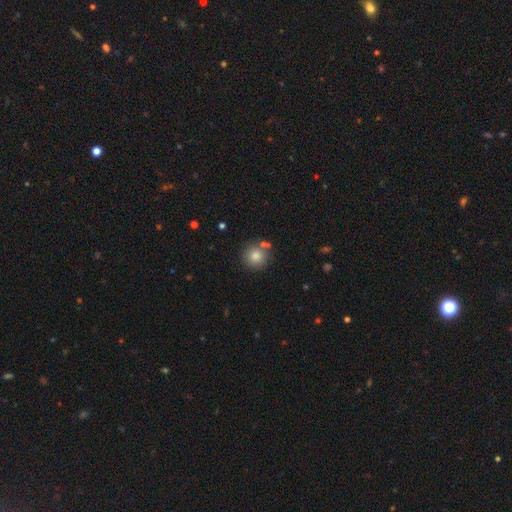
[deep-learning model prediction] smooth_or_featured: smooth (p=0.82) [alt: star or artifact p=0.11]
how_rounded: round (p=0.94) [alt: in between p=0.05]
merging: none (p=0.80) [alt: merger p=0.09]